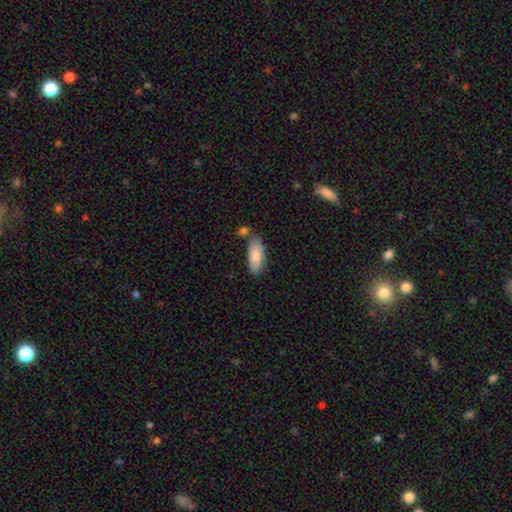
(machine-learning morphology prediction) smooth_or_featured: smooth (p=0.83) [alt: featured or disk p=0.12]
how_rounded: in between (p=0.82) [alt: cigar-shaped p=0.16]
merging: none (p=0.67) [alt: minor disturbance p=0.16]